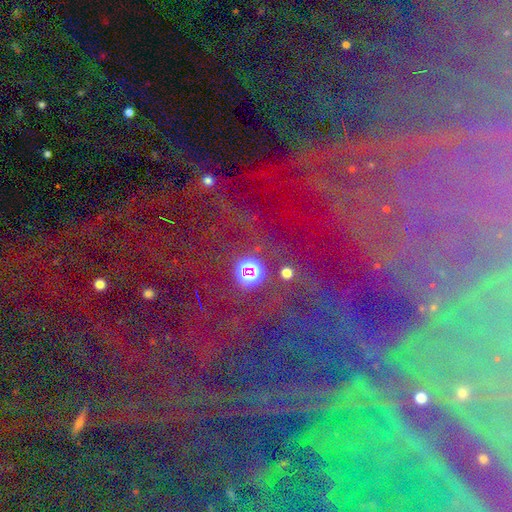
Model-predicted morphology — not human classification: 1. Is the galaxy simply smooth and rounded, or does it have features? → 77% star or artifact, 13% featured or disk, 10% smooth.